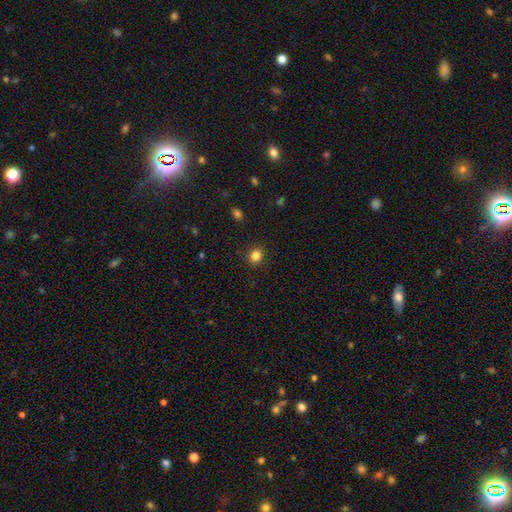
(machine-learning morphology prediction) This appears to be a smooth galaxy with no disk features (83%) that is round (68%). Merging: none (89%).